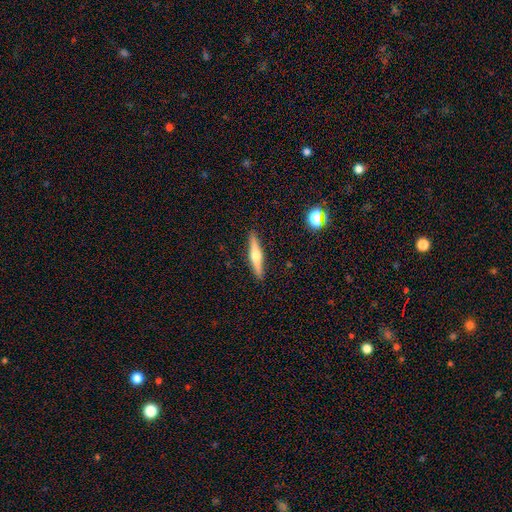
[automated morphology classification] type=featured or disk (59%); edge-on=yes (97%); edge-on bulge=rounded (92%); merging=none (91%).